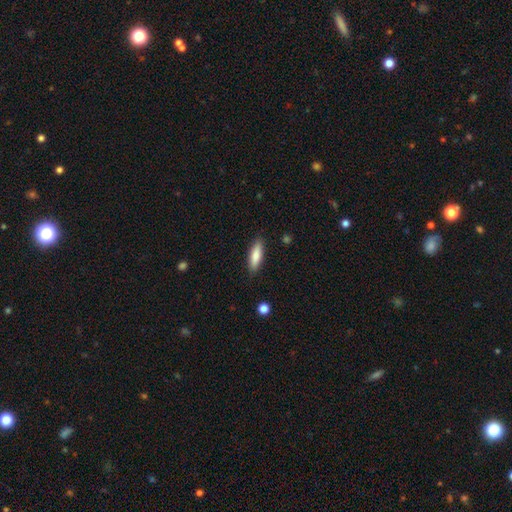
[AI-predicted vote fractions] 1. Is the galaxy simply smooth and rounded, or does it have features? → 82% smooth, 12% featured or disk, 6% star or artifact.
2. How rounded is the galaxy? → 50% in between, 48% cigar-shaped, 2% round.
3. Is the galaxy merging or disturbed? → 88% none, 9% minor disturbance, 2% major disturbance, 1% merger.